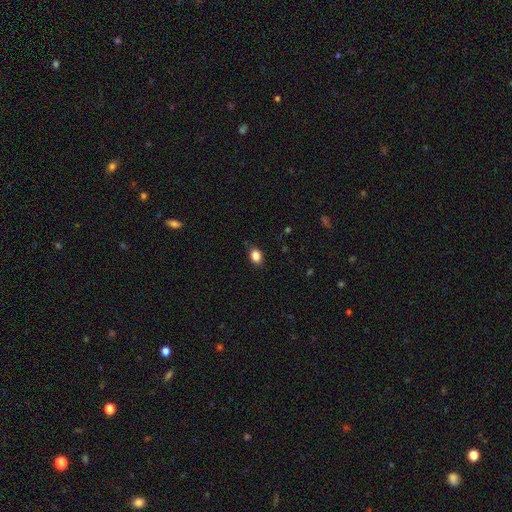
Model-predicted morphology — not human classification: smooth_or_featured: smooth (p=0.86) [alt: star or artifact p=0.10]
how_rounded: in between (p=0.70) [alt: round p=0.29]
merging: none (p=0.79) [alt: minor disturbance p=0.17]